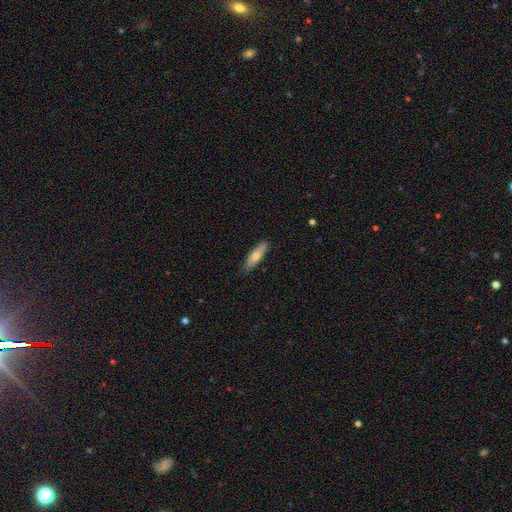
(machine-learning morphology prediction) smooth 65%, featured or disk 29%, star or artifact 6%. Down the decision tree: how rounded — cigar-shaped (71%); merging — none (86%).